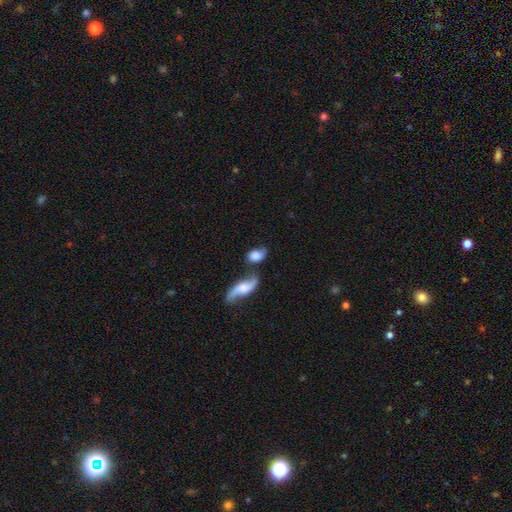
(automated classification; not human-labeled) A smooth galaxy with no disk features (61%) that is in between round and cigar-shaped (73%).

Vote fractions:
- Smooth or featured? smooth: 61% / featured or disk: 31% / star or artifact: 8%
- How rounded? in between: 73% / round: 22% / cigar-shaped: 5%
- Merging? none: 37% / merger: 35% / minor disturbance: 18% / major disturbance: 9%